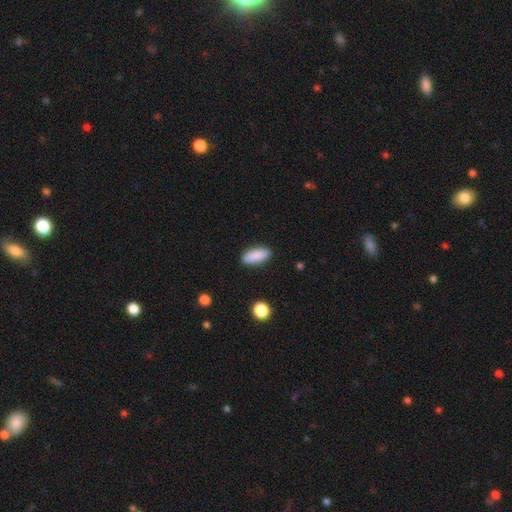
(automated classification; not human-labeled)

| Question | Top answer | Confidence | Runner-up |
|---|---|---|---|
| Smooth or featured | smooth | 89% | star or artifact (7%) |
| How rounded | in between | 76% | cigar-shaped (21%) |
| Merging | none | 89% | minor disturbance (8%) |